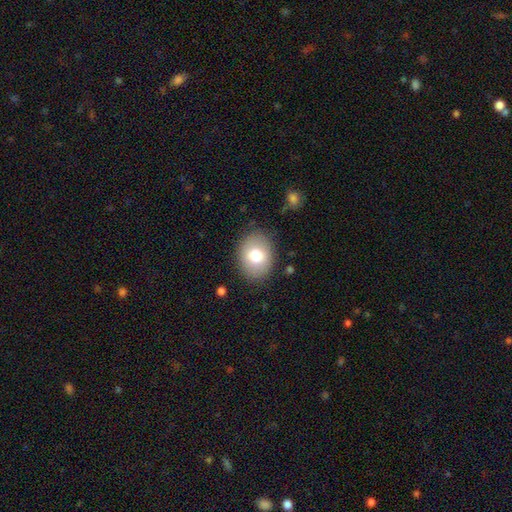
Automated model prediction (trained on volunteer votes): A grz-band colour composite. It shows a smooth galaxy with no disk features (76%) that is in between round and cigar-shaped (64%). Merging: none (85%).